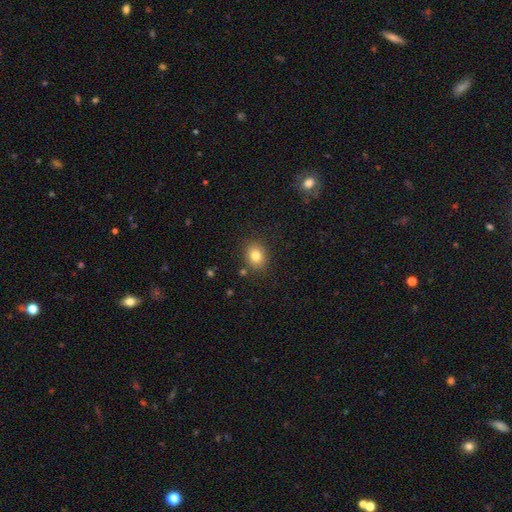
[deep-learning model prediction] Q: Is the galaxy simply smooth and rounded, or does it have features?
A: smooth — 81%.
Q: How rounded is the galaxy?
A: round — 58%.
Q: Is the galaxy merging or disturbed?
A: none — 85%.